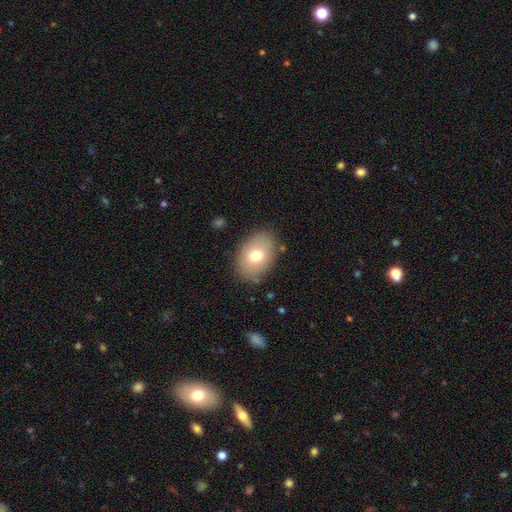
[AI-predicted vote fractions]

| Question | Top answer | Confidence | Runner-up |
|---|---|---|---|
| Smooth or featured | smooth | 72% | featured or disk (19%) |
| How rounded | in between | 78% | round (21%) |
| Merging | none | 82% | minor disturbance (12%) |